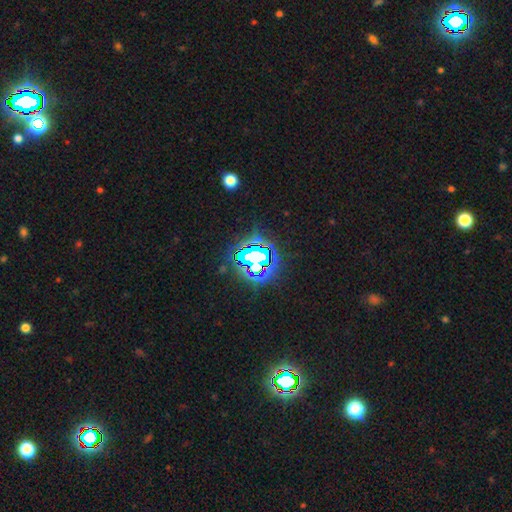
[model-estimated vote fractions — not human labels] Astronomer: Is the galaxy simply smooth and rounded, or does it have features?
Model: star or artifact — 73%.